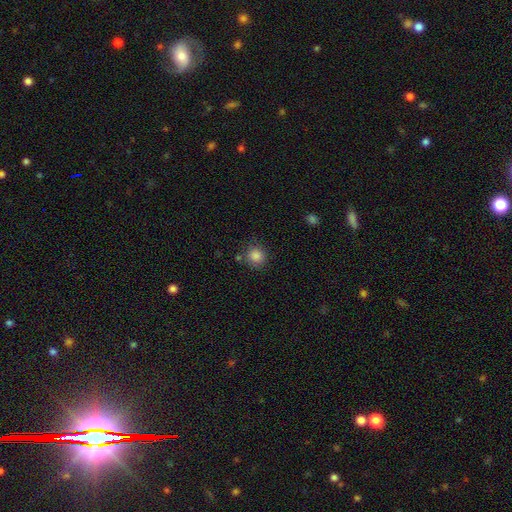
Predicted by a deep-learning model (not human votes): This appears to be a smooth galaxy with no disk features (86%) that is round (88%). Merging: none (81%).